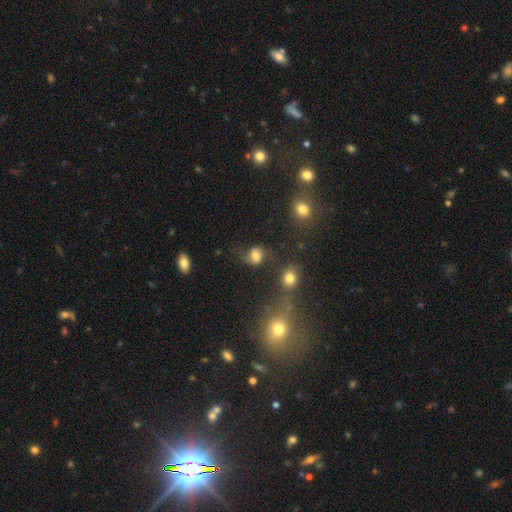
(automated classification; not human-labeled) The model was most divided on "how rounded": round: 53%, in between: 45%, cigar-shaped: 1%. More confident: smooth or featured — smooth (63%); merging — none (53%).